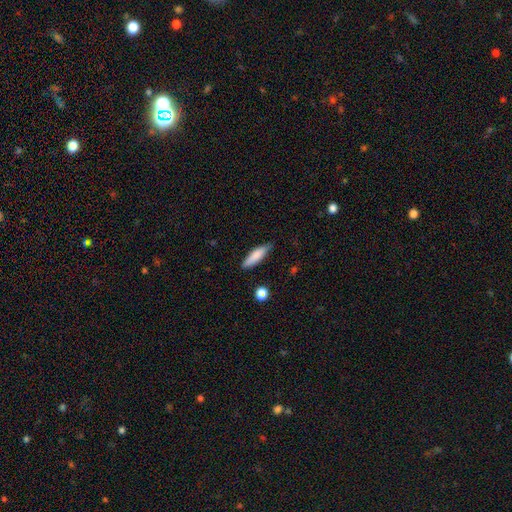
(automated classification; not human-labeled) Smooth or featured?
  - smooth: 78% *
  - featured or disk: 15%
  - star or artifact: 7%
How rounded?
  - cigar-shaped: 65% *
  - in between: 33%
  - round: 2%
Merging?
  - none: 80% *
  - minor disturbance: 15%
  - major disturbance: 3%
  - merger: 2%